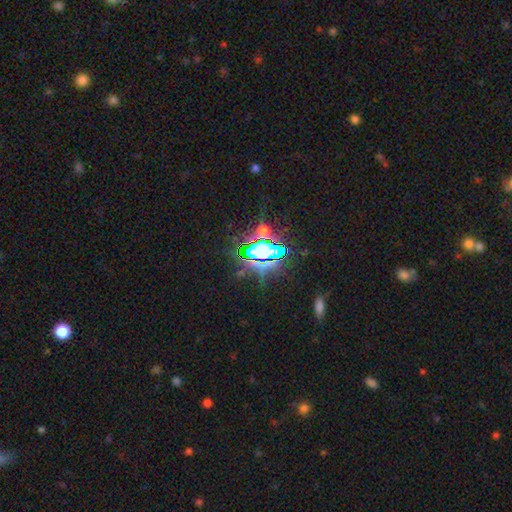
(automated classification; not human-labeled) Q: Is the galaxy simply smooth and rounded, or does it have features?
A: star or artifact — 82%.